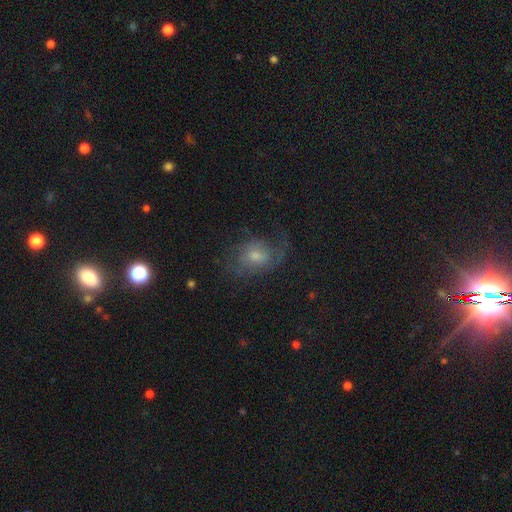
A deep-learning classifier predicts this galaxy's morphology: Smooth or featured? Predicted: featured or disk (p=0.54). Edge-on disk? Predicted: no (p=0.96). Bar? Predicted: no (p=0.63). Spiral arms? Predicted: yes (p=0.80). Bulge size? Predicted: moderate (p=0.48). Merging? Predicted: none (p=0.55).